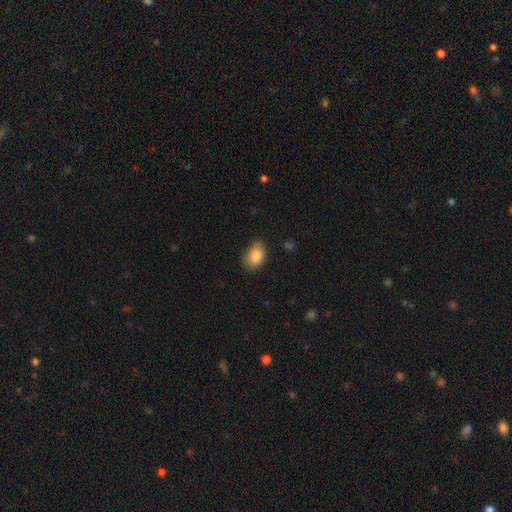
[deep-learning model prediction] Smooth or featured?
  - smooth: 87% *
  - star or artifact: 7%
  - featured or disk: 6%
How rounded?
  - in between: 83% *
  - round: 16%
  - cigar-shaped: 1%
Merging?
  - none: 76% *
  - minor disturbance: 19%
  - major disturbance: 4%
  - merger: 1%